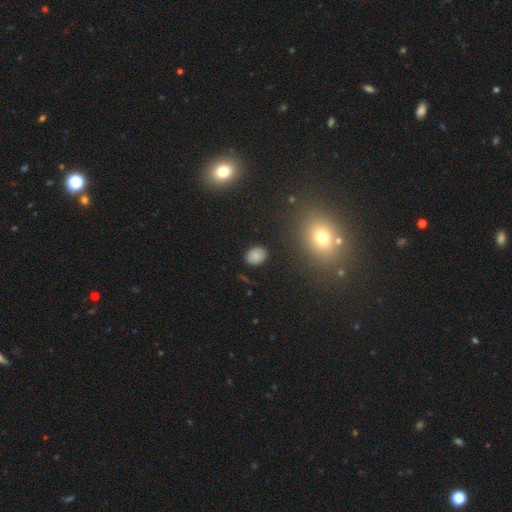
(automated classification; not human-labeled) Smooth or featured? smooth (77%)
How rounded? in between (56%)
Merging? none (85%)